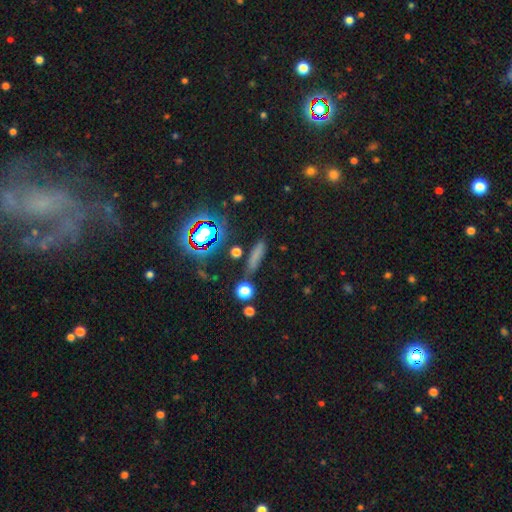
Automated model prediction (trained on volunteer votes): The model was most divided on "smooth or featured": smooth: 67%, star or artifact: 20%, featured or disk: 12%. More confident: merging — none (79%); how rounded — cigar-shaped (74%).